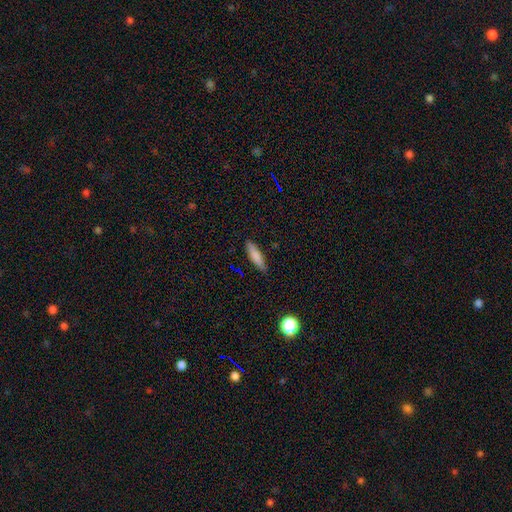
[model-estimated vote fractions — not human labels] A smooth galaxy with no disk features (80%) that is cigar-shaped (67%).

Vote fractions:
- Smooth or featured? smooth: 80% / featured or disk: 13% / star or artifact: 7%
- How rounded? cigar-shaped: 67% / in between: 32% / round: 2%
- Merging? none: 86% / minor disturbance: 11% / major disturbance: 2% / merger: 1%